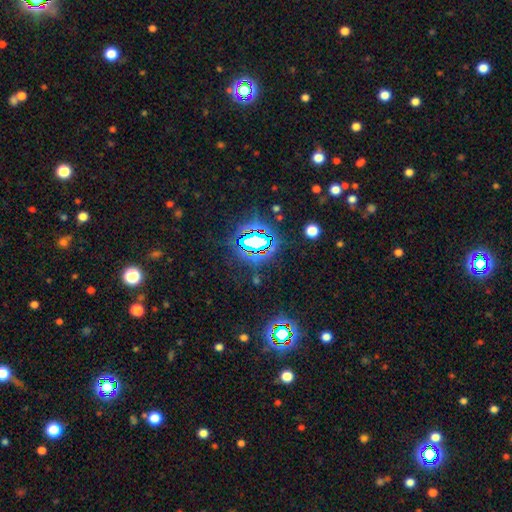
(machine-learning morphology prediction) type=star or artifact (78%).